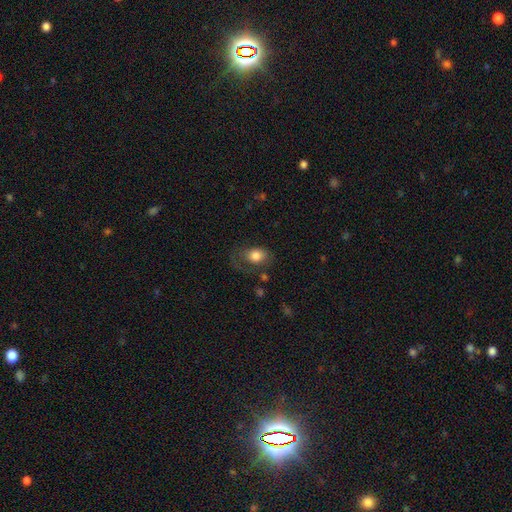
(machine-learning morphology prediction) The model was most divided on "merging": none: 44%, major disturbance: 28%, minor disturbance: 25%, merger: 3%. More confident: smooth or featured — smooth (77%); how rounded — in between (72%).